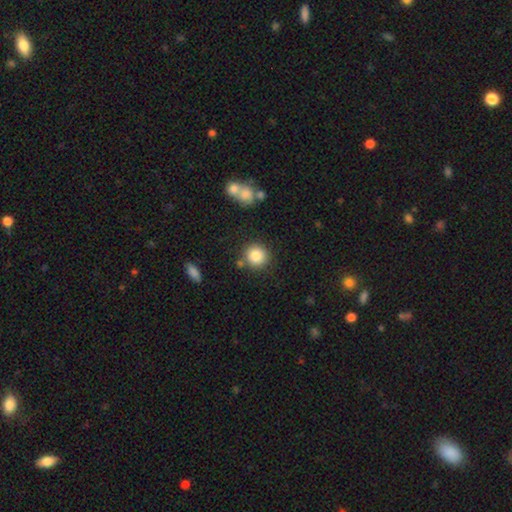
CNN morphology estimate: Q: Smooth or featured?
A: smooth (84%); runner-up: star or artifact (9%)
Q: How rounded?
A: round (91%); runner-up: in between (8%)
Q: Merging?
A: none (80%); runner-up: minor disturbance (9%)